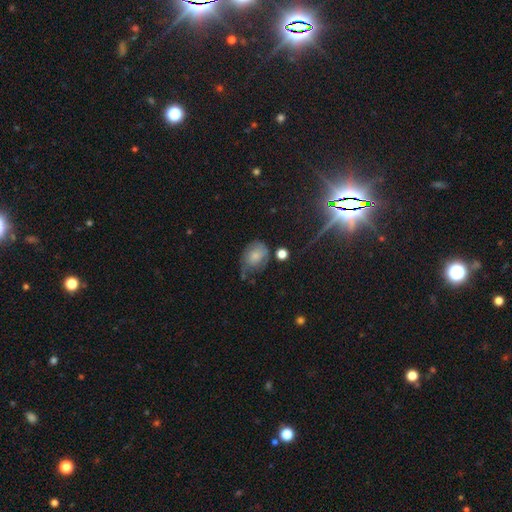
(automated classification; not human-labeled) Smooth or featured: smooth — 64% (featured or disk — 26%)
How rounded: in between — 62% (round — 36%)
Merging: minor disturbance — 37% (tied with none — 37%)